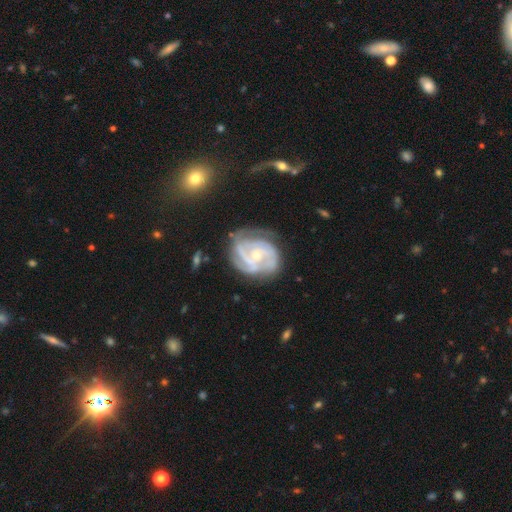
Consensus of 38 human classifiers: smooth_or_featured: featured or disk (p=0.89) [alt: star or artifact p=0.08]
disk_edge_on: no (p=0.97) [alt: yes p=0.03]
bar: no (p=0.58) [alt: weak p=0.30]
has_spiral_arms: yes (p=0.88) [alt: no p=0.12]
spiral_winding: tight (p=0.72) [alt: medium p=0.21]
spiral_arm_count: 3 (p=0.31) [alt: can't tell p=0.28]
bulge_size: small (p=0.73) [alt: moderate p=0.27]
merging: none (p=0.54) [alt: minor disturbance p=0.26]